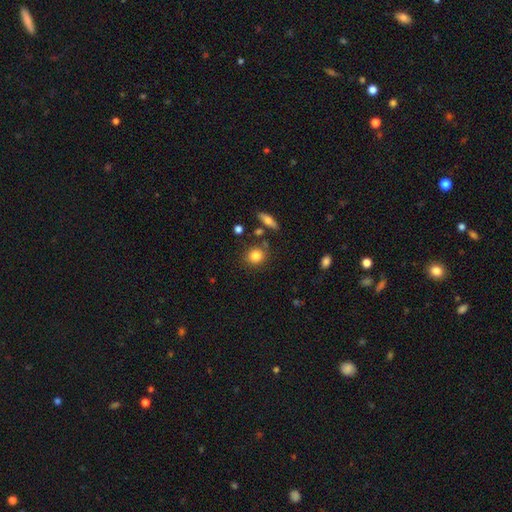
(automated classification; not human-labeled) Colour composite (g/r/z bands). It shows a smooth galaxy with no disk features (83%) that is round (76%). Merging: none (78%).